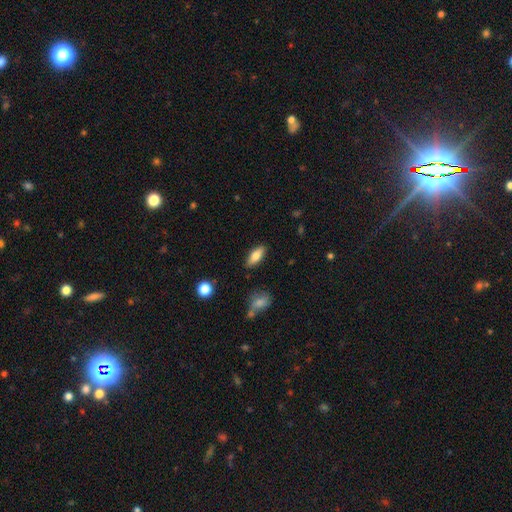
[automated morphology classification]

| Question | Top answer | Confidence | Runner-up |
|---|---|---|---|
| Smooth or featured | smooth | 76% | featured or disk (17%) |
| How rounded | in between | 77% | cigar-shaped (20%) |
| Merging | none | 86% | minor disturbance (10%) |